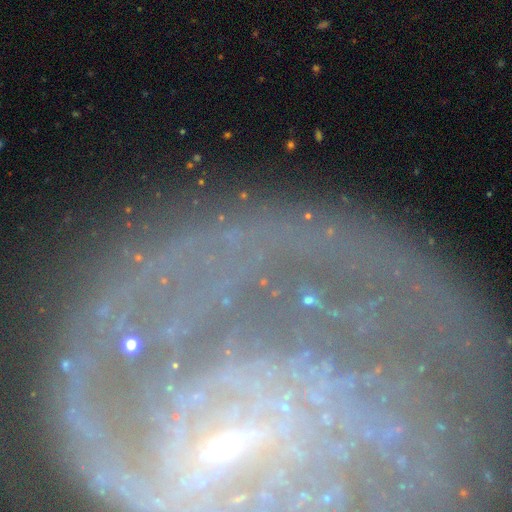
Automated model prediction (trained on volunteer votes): This appears to be a featured or disk galaxy (73%) with a weak bar (35%), tight (56%) spiral arms (81%) and a small central bulge (66%). Merging: none (65%).